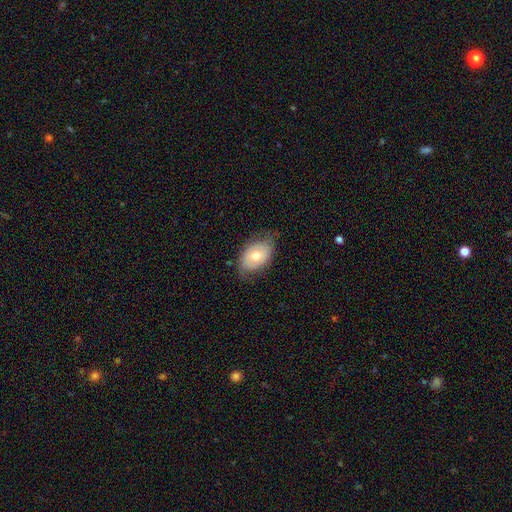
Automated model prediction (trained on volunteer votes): smooth 59%, featured or disk 34%, star or artifact 7%. Down the decision tree: how rounded — in between (86%); merging — none (62%).